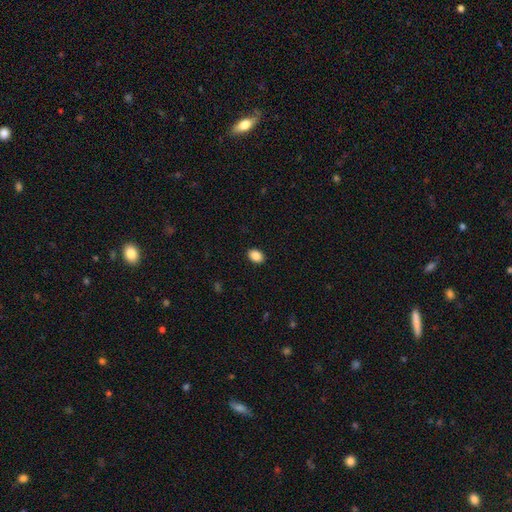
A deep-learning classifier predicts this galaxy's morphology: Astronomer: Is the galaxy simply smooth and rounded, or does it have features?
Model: smooth — 88%.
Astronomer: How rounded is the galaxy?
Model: in between — 76%.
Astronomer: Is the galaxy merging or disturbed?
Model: none — 90%.